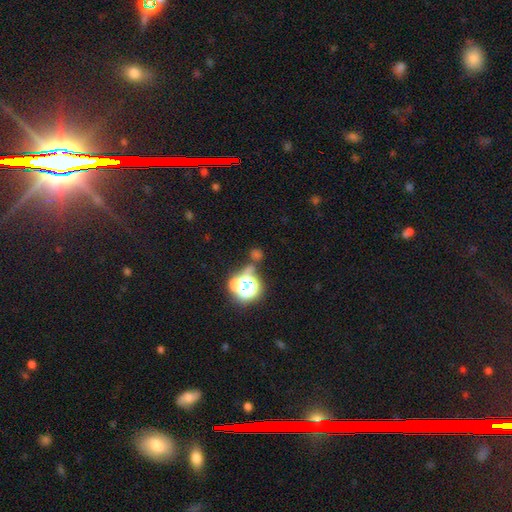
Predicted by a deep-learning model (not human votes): Overall: star or artifact (58%; smooth 31%).